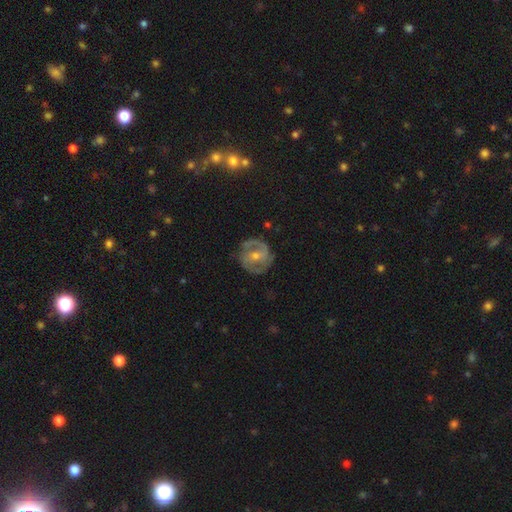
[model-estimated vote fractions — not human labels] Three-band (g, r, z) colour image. It shows a featured or disk galaxy (81%) with no bar (43%), 2 (73%) tight (44%, tied with medium) spiral arms (91%) and a moderate central bulge (49%). Merging: none (79%).